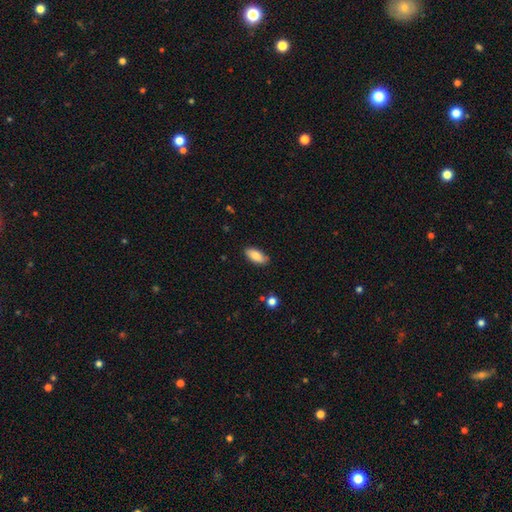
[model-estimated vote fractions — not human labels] The model was most divided on "merging": none: 84%, minor disturbance: 12%, major disturbance: 2%, merger: 1%. More confident: how rounded — in between (89%); smooth or featured — smooth (83%).